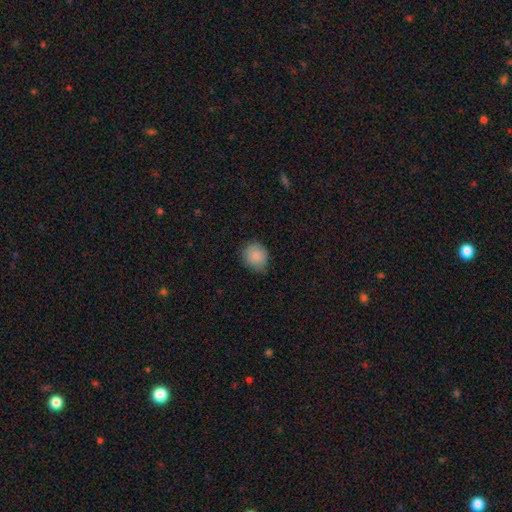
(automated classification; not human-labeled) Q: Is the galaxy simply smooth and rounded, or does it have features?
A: smooth — 85%.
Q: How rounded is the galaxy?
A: round — 75%.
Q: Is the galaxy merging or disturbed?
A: none — 74%.